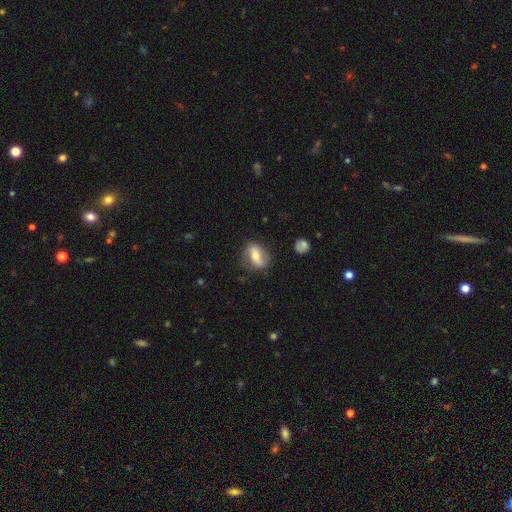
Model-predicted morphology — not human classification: smooth-or-featured: featured or disk: 53% | smooth: 39% | star or artifact: 7%
  disk-edge-on: no: 89% | yes: 11%
  merging: none: 73% | minor disturbance: 19% | major disturbance: 7% | merger: 2%